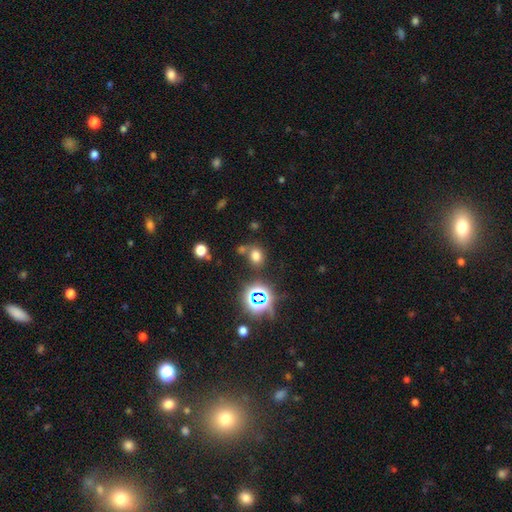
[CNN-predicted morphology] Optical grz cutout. It shows a smooth galaxy with no disk features (67%) that is round (57%). Merging: none (68%).